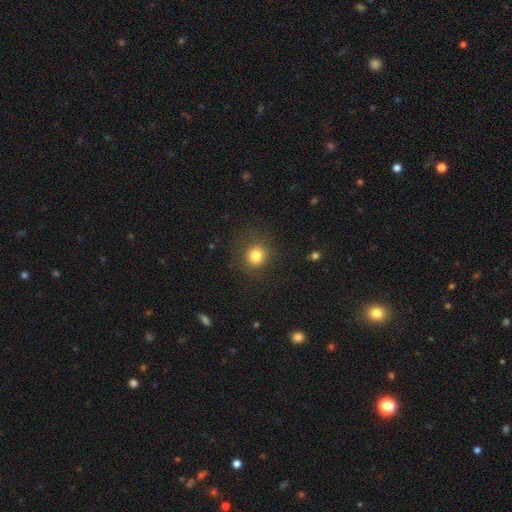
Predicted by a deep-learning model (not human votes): This appears to be a smooth galaxy with no disk features (80%) that is round (87%). Merging: none (85%).